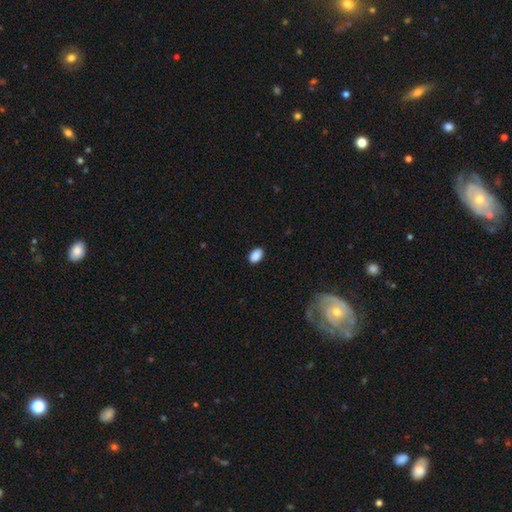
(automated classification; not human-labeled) Overall: smooth (90%). How rounded: in between (89%). Merging: none (88%).